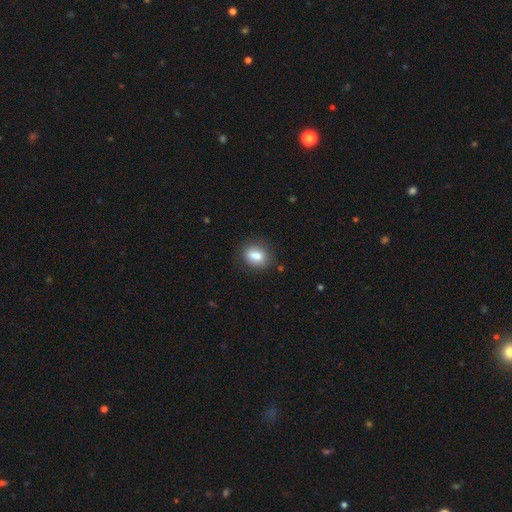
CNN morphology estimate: Smooth or featured? smooth (82%)
How rounded? in between (65%)
Merging? none (80%)